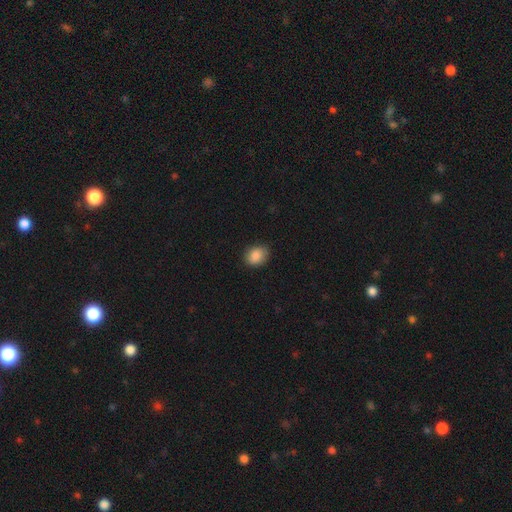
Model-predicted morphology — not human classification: This is clearly a smooth galaxy (87%). How rounded: possibly in between (55%). Merging: clearly none (80%).